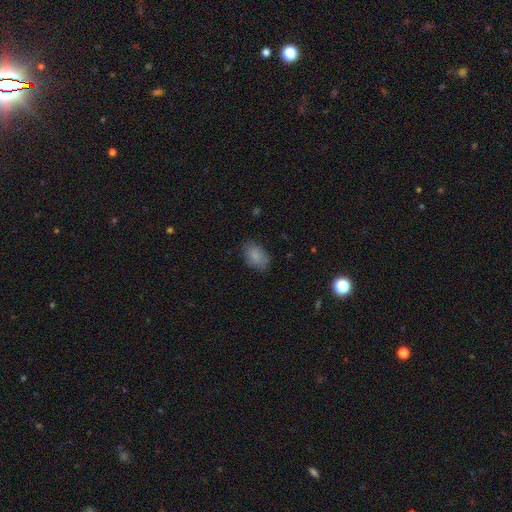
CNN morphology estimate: Overall: smooth (86%). How rounded: in between (88%). Merging: none (79%).